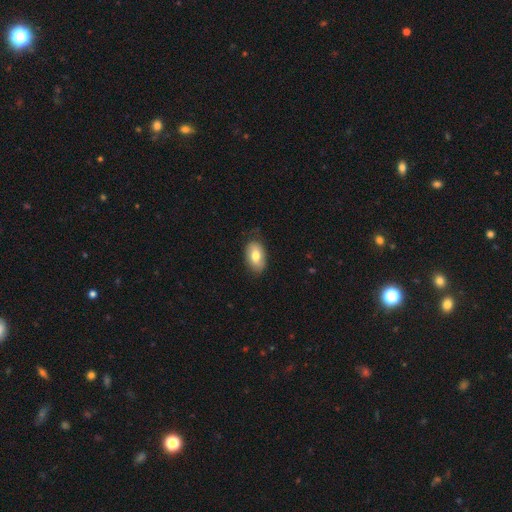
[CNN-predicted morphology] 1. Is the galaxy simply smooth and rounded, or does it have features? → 73% smooth, 20% featured or disk, 7% star or artifact.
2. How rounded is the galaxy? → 91% in between, 7% round, 2% cigar-shaped.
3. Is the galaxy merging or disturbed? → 78% none, 17% minor disturbance, 3% major disturbance, 1% merger.